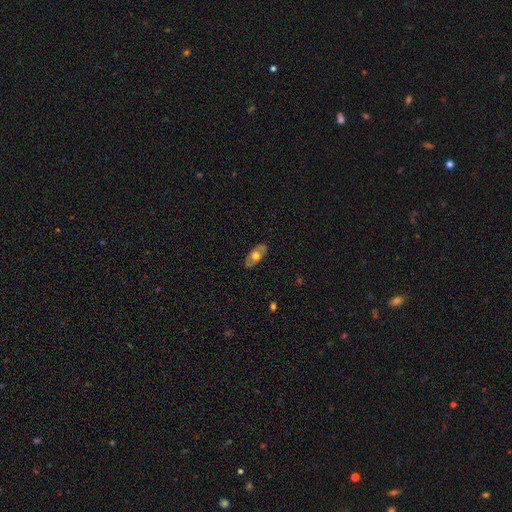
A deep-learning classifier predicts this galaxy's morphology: This appears to be a featured or disk galaxy (48%). Merging: none (83%).